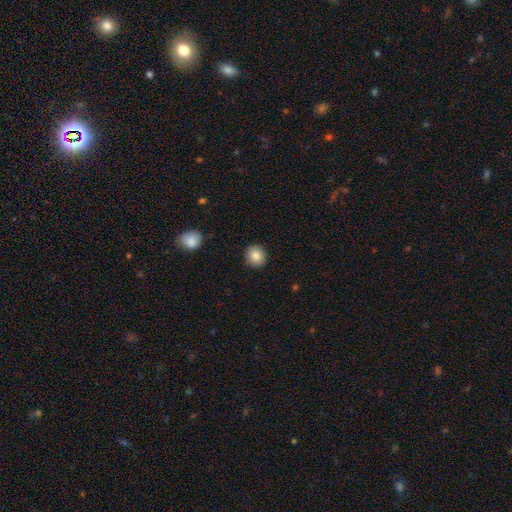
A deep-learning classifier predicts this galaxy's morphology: Smooth or featured? smooth (85%)
How rounded? round (88%)
Merging? none (91%)